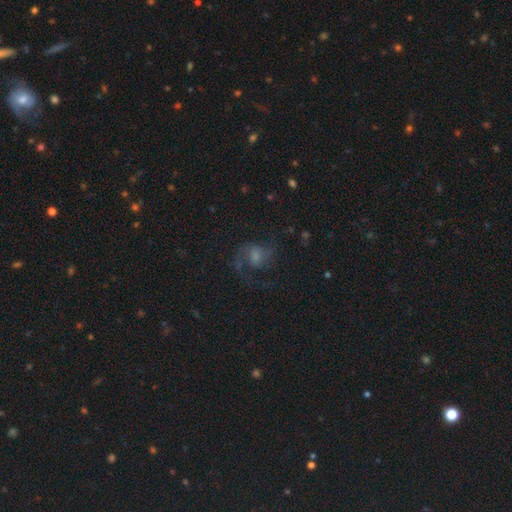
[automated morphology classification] smooth_or_featured: featured or disk (p=0.67) [alt: smooth p=0.20]
disk_edge_on: no (p=0.98) [alt: yes p=0.02]
bar: no (p=0.48) [alt: weak p=0.43]
has_spiral_arms: yes (p=0.91) [alt: no p=0.09]
spiral_winding: medium (p=0.49) [alt: loose p=0.40]
spiral_arm_count: 2 (p=0.70) [alt: 1 p=0.18]
bulge_size: moderate (p=0.36) [alt: small p=0.30]
merging: none (p=0.57) [alt: major disturbance p=0.24]